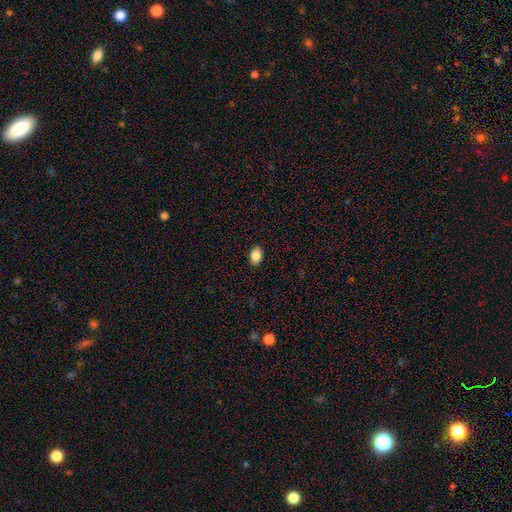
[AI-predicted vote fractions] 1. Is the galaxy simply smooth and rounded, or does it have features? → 87% smooth, 8% star or artifact, 5% featured or disk.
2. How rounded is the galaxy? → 80% in between, 19% round, 1% cigar-shaped.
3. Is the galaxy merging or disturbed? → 88% none, 9% minor disturbance, 2% major disturbance, 1% merger.